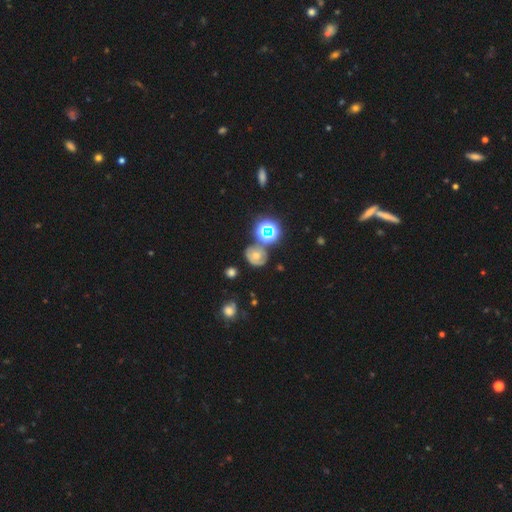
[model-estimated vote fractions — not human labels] This appears to be a smooth galaxy with no disk features (39%). Merging: none (60%).